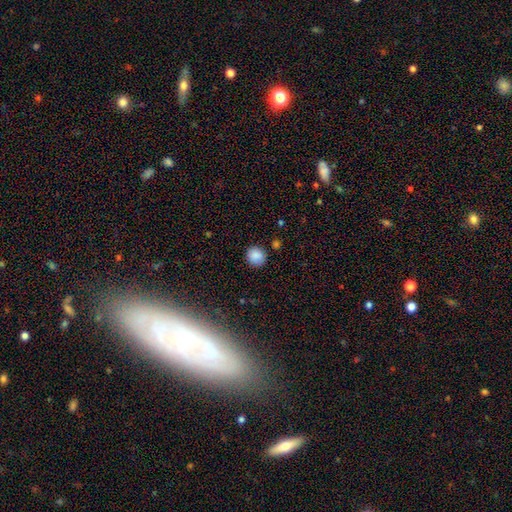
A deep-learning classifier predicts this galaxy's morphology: type=smooth (87%); roundness=round (87%); merging=none (86%).